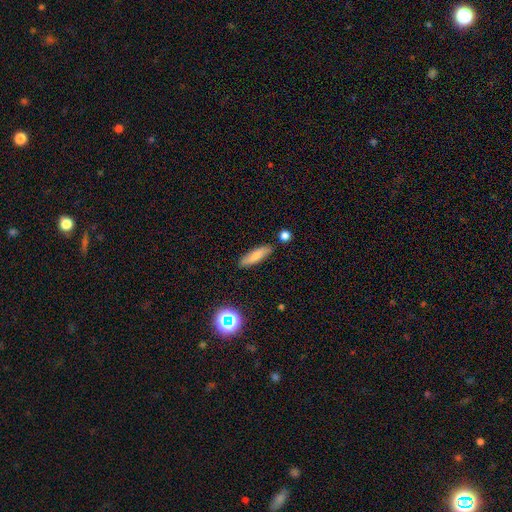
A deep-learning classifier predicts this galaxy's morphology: Smooth or featured? Predicted: smooth (p=0.71). How rounded? Predicted: cigar-shaped (p=0.63). Merging? Predicted: none (p=0.83).